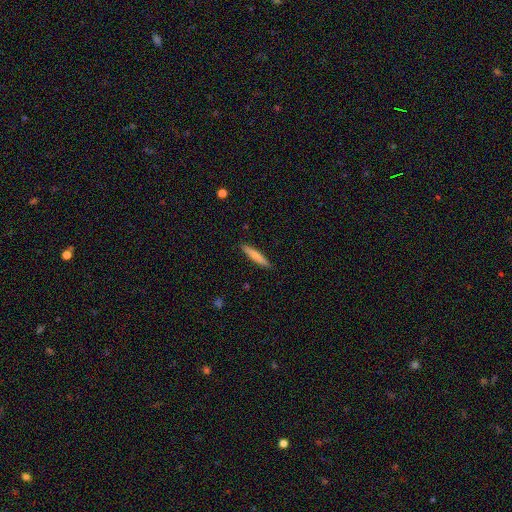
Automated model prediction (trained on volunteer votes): A smooth galaxy with no disk features (71%) that is cigar-shaped (92%). Merging: none (90%).